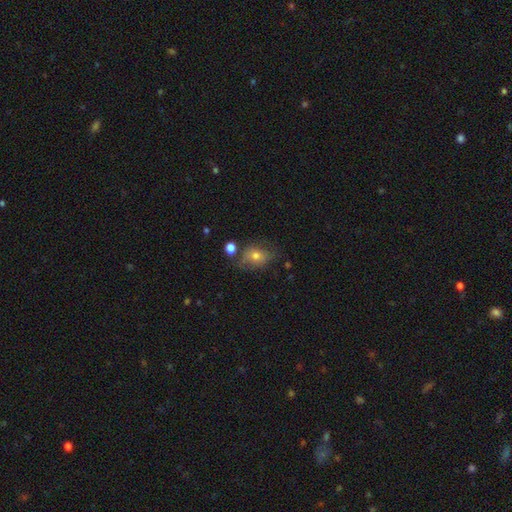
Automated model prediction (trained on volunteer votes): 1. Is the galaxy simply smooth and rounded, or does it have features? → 66% smooth, 22% featured or disk, 12% star or artifact.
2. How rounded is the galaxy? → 57% in between, 42% round, 1% cigar-shaped.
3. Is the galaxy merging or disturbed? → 58% none, 25% minor disturbance, 10% major disturbance, 7% merger.